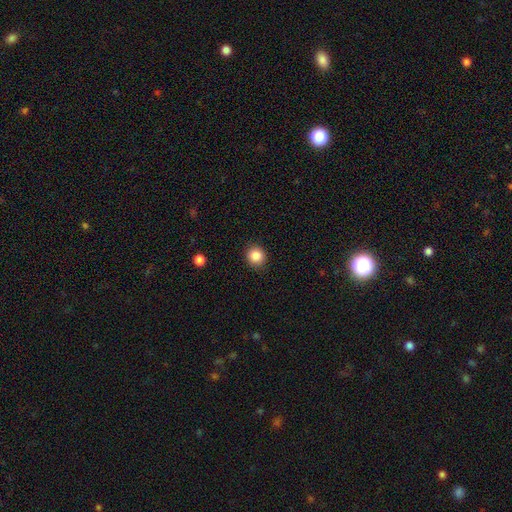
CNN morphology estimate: smooth-or-featured: smooth: 86% | star or artifact: 10% | featured or disk: 4%
  how-rounded: round: 87% | in between: 12% | cigar-shaped: 1%
  merging: none: 90% | minor disturbance: 7% | major disturbance: 2% | merger: 1%